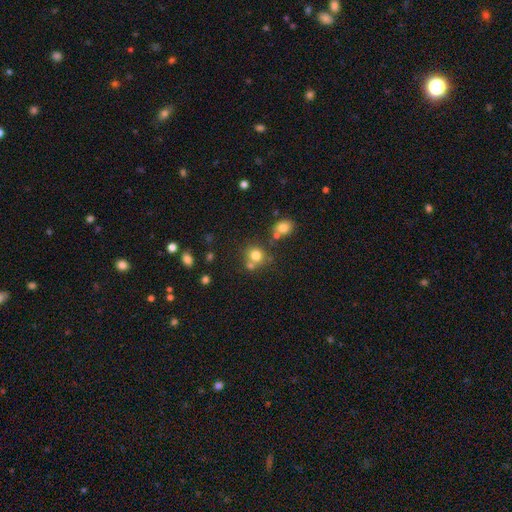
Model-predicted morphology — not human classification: smooth-or-featured: smooth: 76% | star or artifact: 14% | featured or disk: 10%
  how-rounded: round: 87% | in between: 12% | cigar-shaped: 1%
  merging: none: 59% | merger: 27% | minor disturbance: 10% | major disturbance: 4%